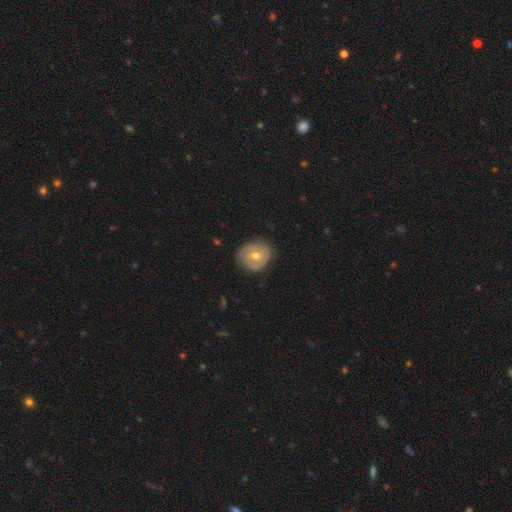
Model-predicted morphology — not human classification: This appears to be a featured or disk galaxy (56%) with no bar (68%), spiral arms (59%) and a moderate central bulge (71%). Merging: none (75%).